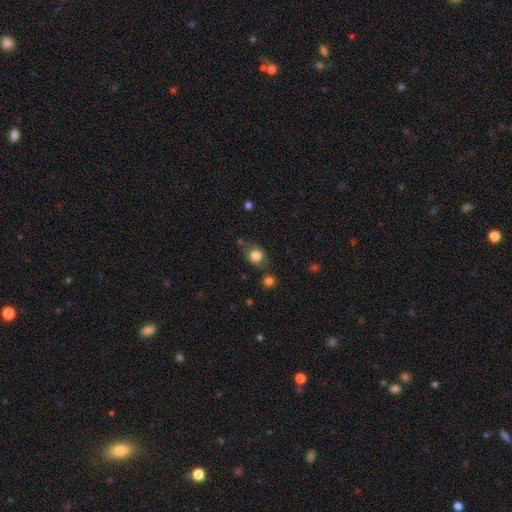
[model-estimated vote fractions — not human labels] Smooth or featured? Predicted: smooth (p=0.80). How rounded? Predicted: round (p=0.66). Merging? Predicted: none (p=0.61).